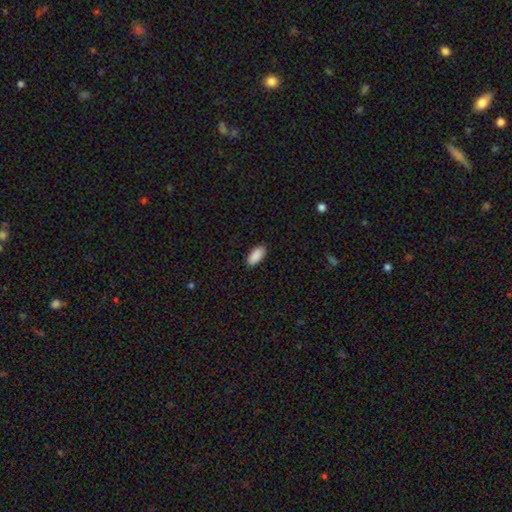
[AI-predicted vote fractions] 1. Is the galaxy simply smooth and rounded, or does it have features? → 91% smooth, 6% star or artifact, 3% featured or disk.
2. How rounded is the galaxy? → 92% in between, 7% cigar-shaped, 2% round.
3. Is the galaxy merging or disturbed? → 88% none, 9% minor disturbance, 2% major disturbance, 1% merger.